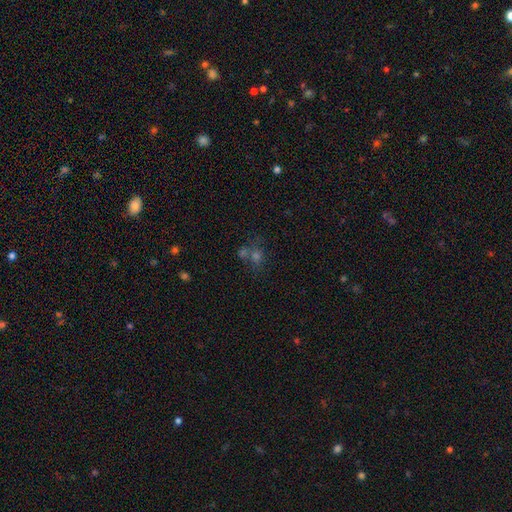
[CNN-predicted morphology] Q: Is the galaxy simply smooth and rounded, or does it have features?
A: smooth — 48%.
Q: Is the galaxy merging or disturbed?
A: none — 48%.